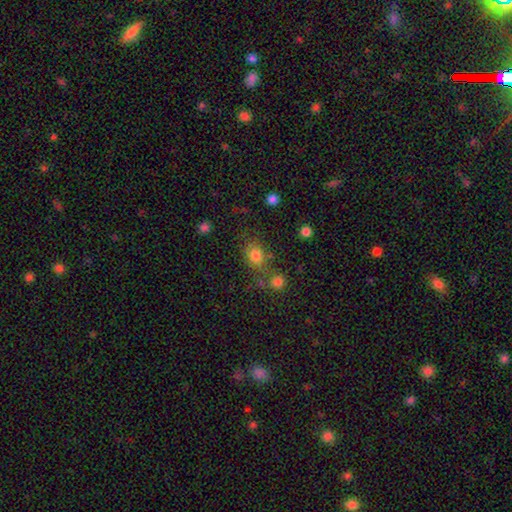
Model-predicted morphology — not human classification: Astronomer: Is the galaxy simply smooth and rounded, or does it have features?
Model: smooth — 78%.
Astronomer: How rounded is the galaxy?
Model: round — 57% (runner-up: in between, 41%).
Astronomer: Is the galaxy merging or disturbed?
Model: none — 58%.